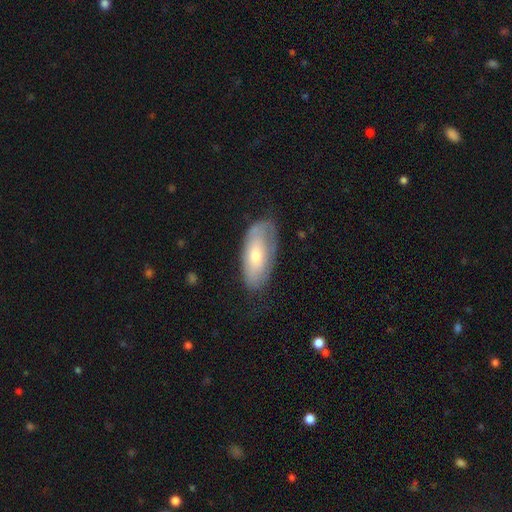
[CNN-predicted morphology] Smooth or featured?
  - smooth: 55% *
  - featured or disk: 39%
  - star or artifact: 6%
How rounded?
  - in between: 88% *
  - cigar-shaped: 9%
  - round: 3%
Merging?
  - none: 61% *
  - minor disturbance: 27%
  - major disturbance: 11%
  - merger: 2%